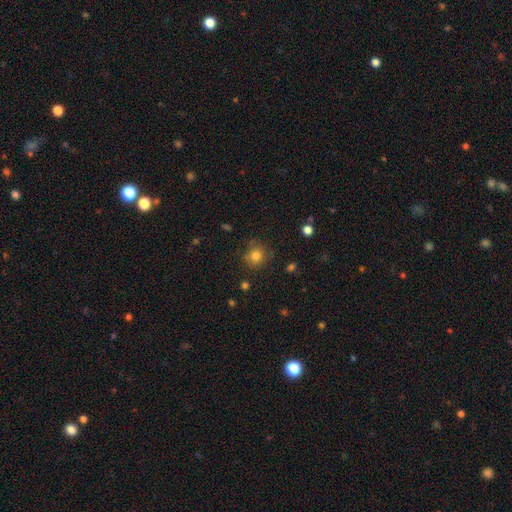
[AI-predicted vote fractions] Smooth or featured? Predicted: smooth (p=0.80). How rounded? Predicted: round (p=0.85). Merging? Predicted: none (p=0.77).